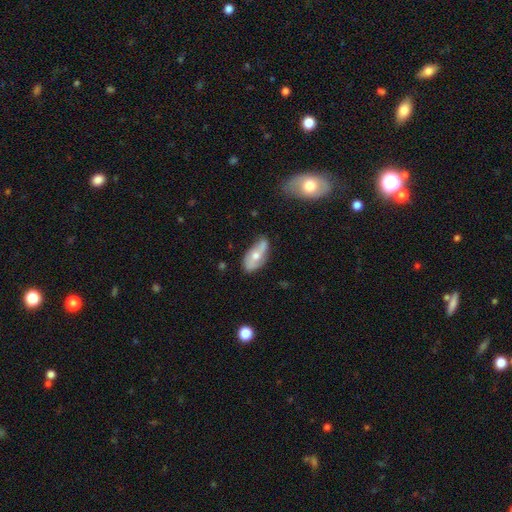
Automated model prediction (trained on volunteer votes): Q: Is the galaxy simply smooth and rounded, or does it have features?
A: featured or disk — 48%.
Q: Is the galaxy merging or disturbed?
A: none — 53%.